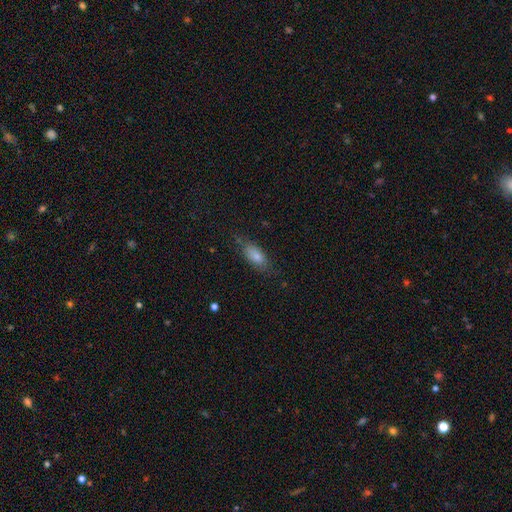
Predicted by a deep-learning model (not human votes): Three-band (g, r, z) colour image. It shows a smooth galaxy with no disk features (78%) that is in between round and cigar-shaped (84%). Merging: none (69%).